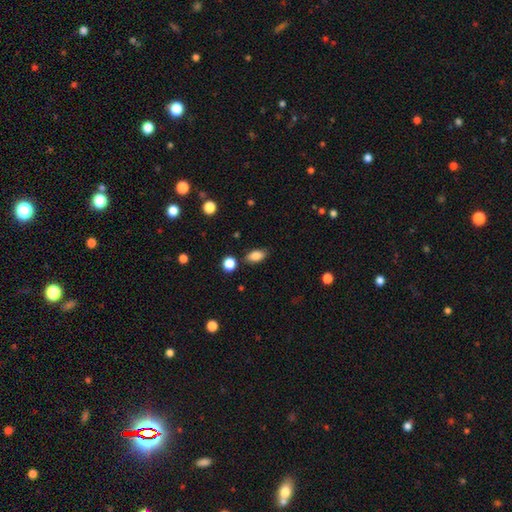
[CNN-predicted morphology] type=smooth (84%); roundness=in between (88%); merging=none (82%).